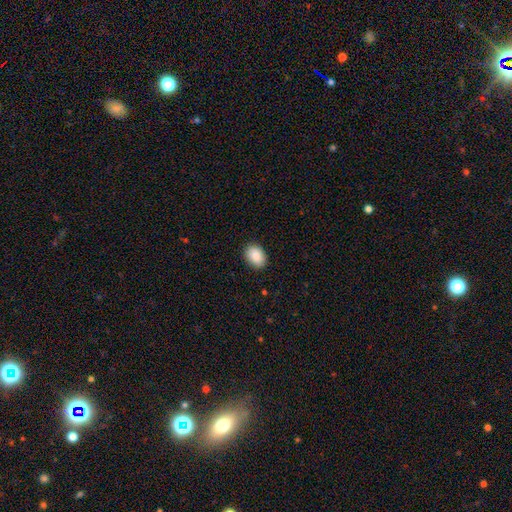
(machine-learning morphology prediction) This appears to be a smooth galaxy with no disk features (89%) that is in between round and cigar-shaped (80%). Merging: none (89%).